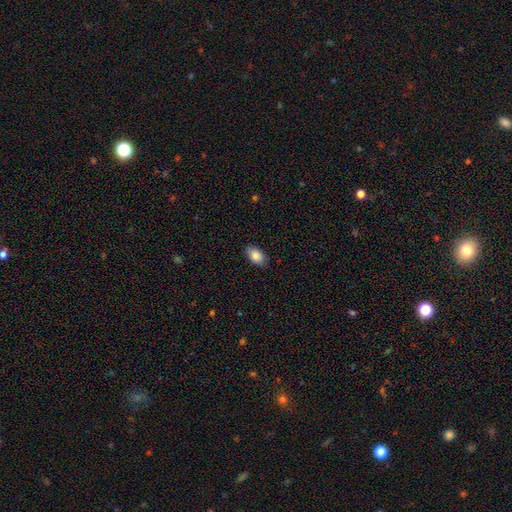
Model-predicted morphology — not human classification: A smooth galaxy with no disk features (87%) that is in between round and cigar-shaped (91%).

Vote fractions:
- Smooth or featured? smooth: 87% / star or artifact: 7% / featured or disk: 6%
- How rounded? in between: 91% / round: 8% / cigar-shaped: 1%
- Merging? none: 87% / minor disturbance: 10% / major disturbance: 2% / merger: 1%